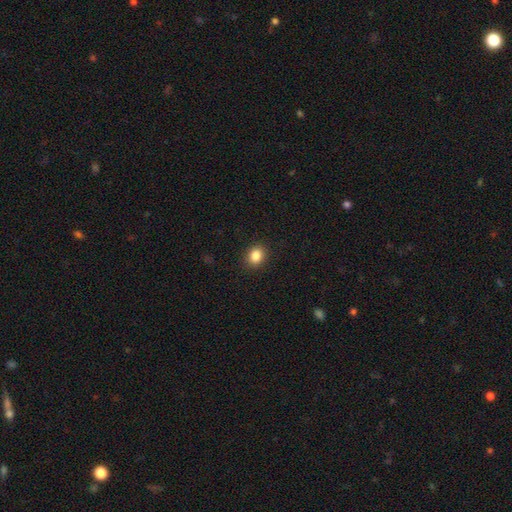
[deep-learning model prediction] Smooth or featured? smooth (85%)
How rounded? round (61%)
Merging? none (90%)